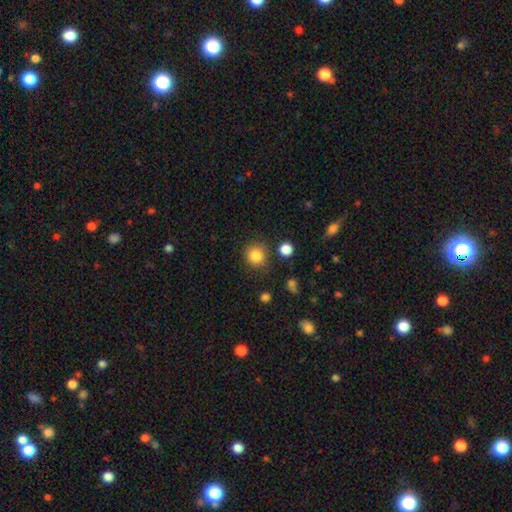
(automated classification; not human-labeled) A smooth galaxy with no disk features (84%) that is round (89%). Merging: none (83%).